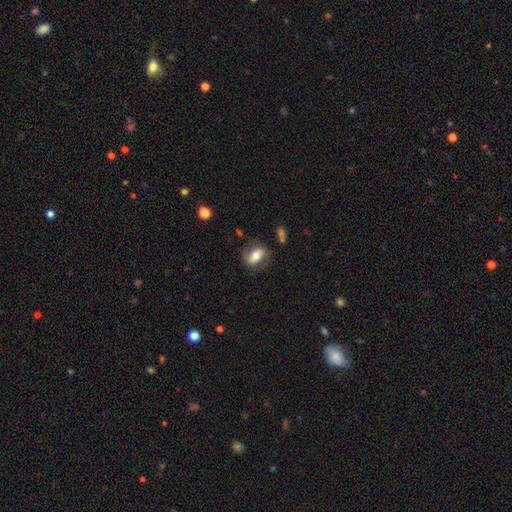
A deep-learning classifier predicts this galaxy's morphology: This is possibly a smooth galaxy (54%). How rounded: likely in between (79%). Merging: likely none (73%).